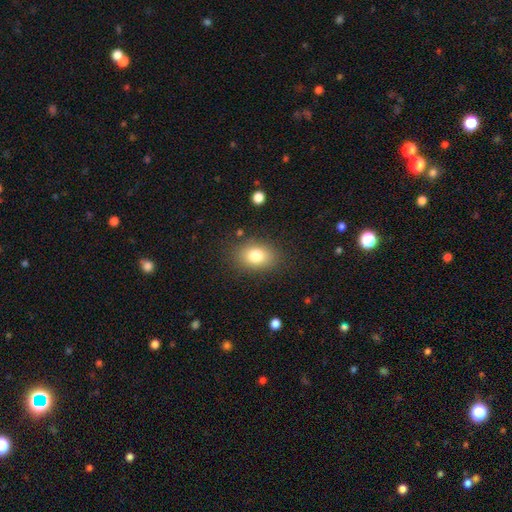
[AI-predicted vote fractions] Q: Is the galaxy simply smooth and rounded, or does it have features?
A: smooth — 80%.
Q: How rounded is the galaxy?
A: in between — 74%.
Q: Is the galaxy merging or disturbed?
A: none — 83%.